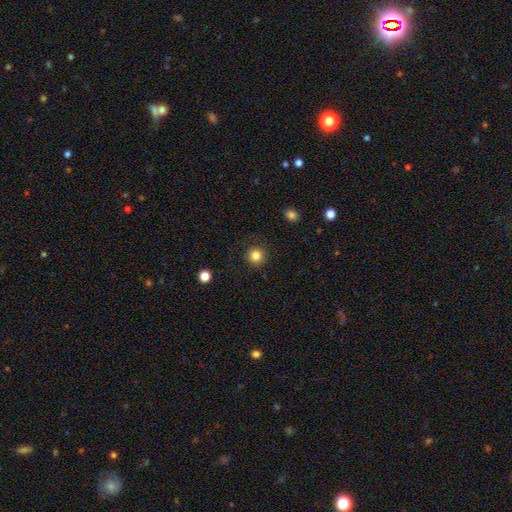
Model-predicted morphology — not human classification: smooth-or-featured: smooth: 83% | star or artifact: 11% | featured or disk: 5%
  how-rounded: round: 94% | in between: 5% | cigar-shaped: 1%
  merging: none: 90% | minor disturbance: 7% | major disturbance: 2% | merger: 1%